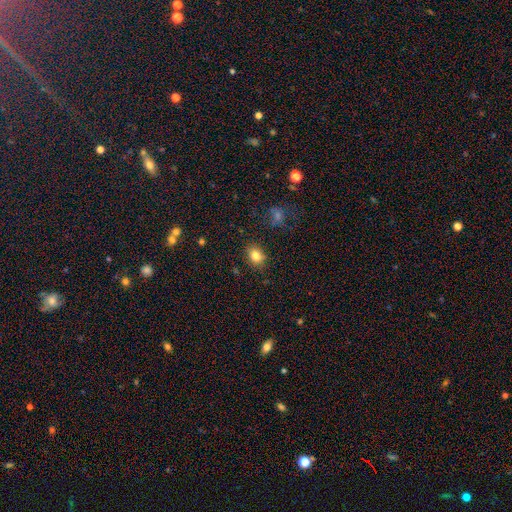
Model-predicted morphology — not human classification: A smooth galaxy with no disk features (82%) that is in between round and cigar-shaped (52%).

Vote fractions:
- Smooth or featured? smooth: 82% / star or artifact: 11% / featured or disk: 7%
- How rounded? in between: 52% / round: 47% / cigar-shaped: 1%
- Merging? none: 84% / minor disturbance: 11% / major disturbance: 3% / merger: 2%